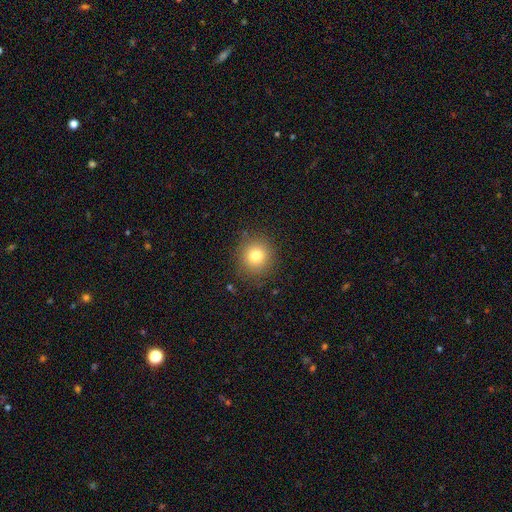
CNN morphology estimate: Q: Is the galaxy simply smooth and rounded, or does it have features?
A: smooth — 78%.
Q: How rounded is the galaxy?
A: round — 91%.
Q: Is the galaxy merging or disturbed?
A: none — 87%.